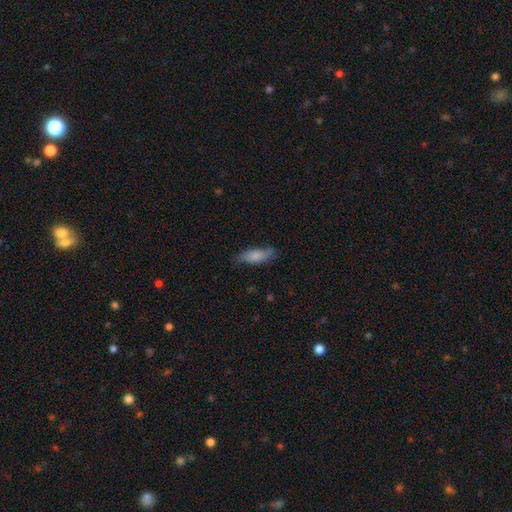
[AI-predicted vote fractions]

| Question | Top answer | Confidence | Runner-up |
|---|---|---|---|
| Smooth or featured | smooth | 73% | featured or disk (21%) |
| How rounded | in between | 59% | cigar-shaped (39%) |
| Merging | none | 70% | minor disturbance (23%) |